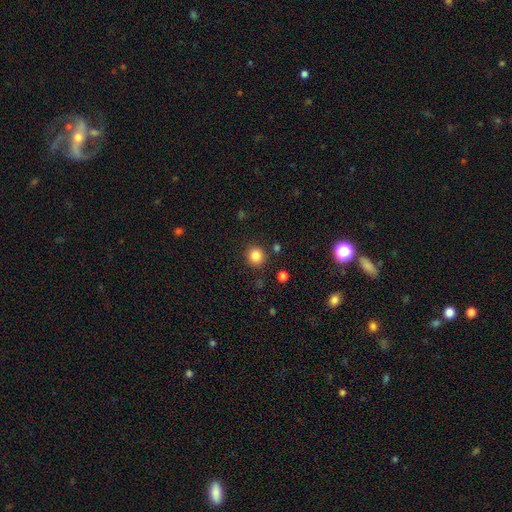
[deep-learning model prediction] The model was most divided on "smooth or featured": smooth: 85%, star or artifact: 11%, featured or disk: 4%. More confident: how rounded — round (90%); merging — none (87%).